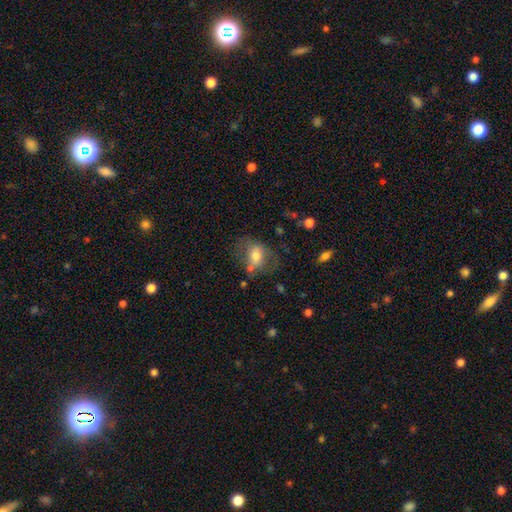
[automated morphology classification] Overall: smooth (63%; featured or disk 28%). How rounded: in between (63%; round 36%). Merging: none (50%; minor disturbance 24%).